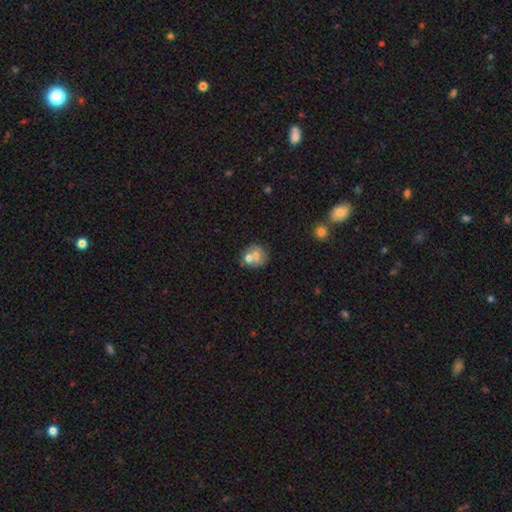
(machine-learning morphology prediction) Overall: smooth (61%; featured or disk 28%). How rounded: round (79%). Merging: none (50%; merger 34%).